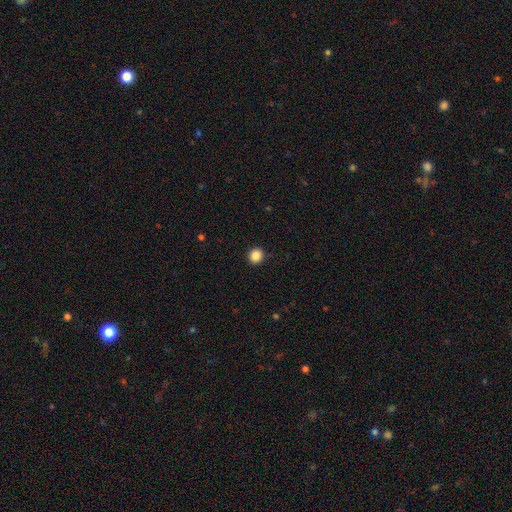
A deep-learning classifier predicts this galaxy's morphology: type=smooth (87%); roundness=round (90%); merging=none (92%).